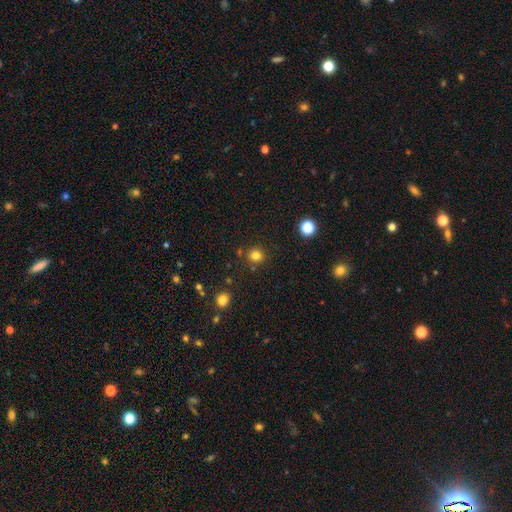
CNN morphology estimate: Smooth or featured? smooth (80%)
How rounded? round (90%)
Merging? none (86%)